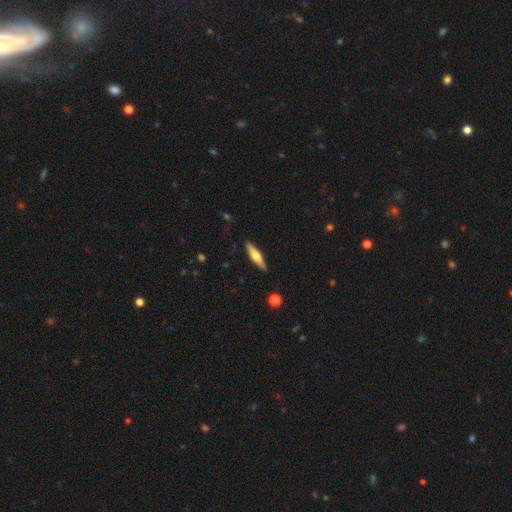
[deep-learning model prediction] Smooth or featured: featured or disk — 51% (smooth — 44%)
Edge-on disk: yes — 94% (no — 6%)
Merging: none — 90% (minor disturbance — 7%)